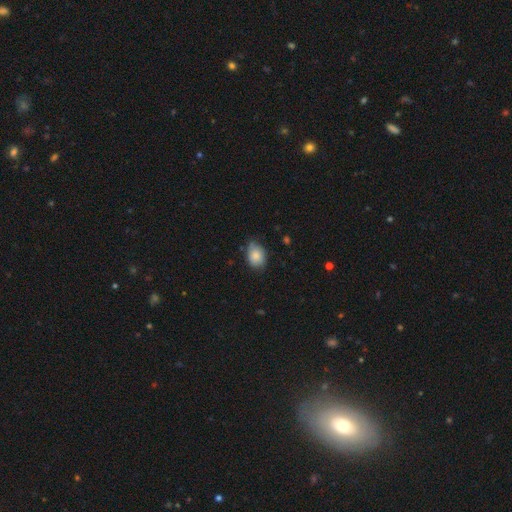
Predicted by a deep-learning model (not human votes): Q: Smooth or featured?
A: smooth (85%); runner-up: featured or disk (8%)
Q: How rounded?
A: in between (70%); runner-up: round (29%)
Q: Merging?
A: none (66%); runner-up: minor disturbance (28%)